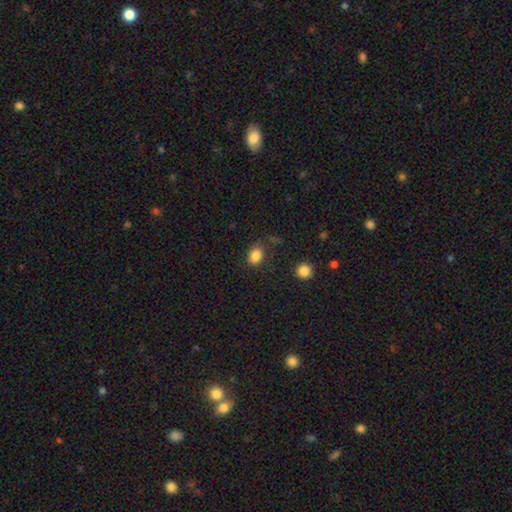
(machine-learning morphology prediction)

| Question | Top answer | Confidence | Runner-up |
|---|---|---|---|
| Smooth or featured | smooth | 85% | star or artifact (11%) |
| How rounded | in between | 61% | round (38%) |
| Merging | none | 72% | minor disturbance (18%) |